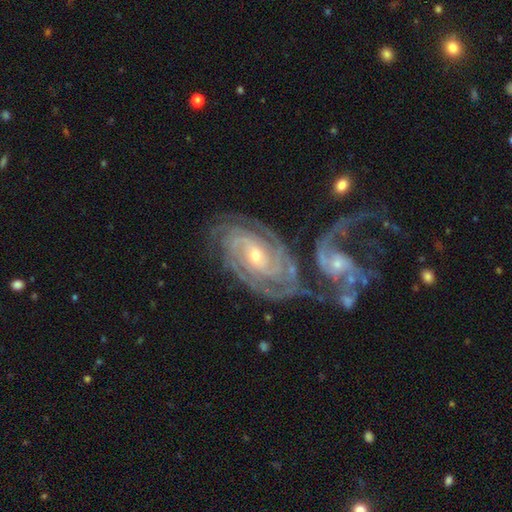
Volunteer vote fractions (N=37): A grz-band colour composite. It shows a featured or disk galaxy (97%) with no bar (54%), more than 4 (40%) tight (83%) spiral arms (100%) and a small central bulge (57%). Merging: merger (51%).